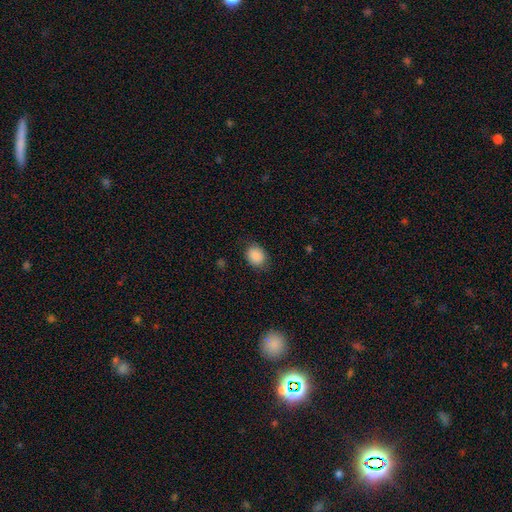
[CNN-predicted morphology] Smooth or featured?
  - smooth: 88% *
  - star or artifact: 8%
  - featured or disk: 4%
How rounded?
  - in between: 52% *
  - round: 47%
  - cigar-shaped: 1%
Merging?
  - none: 81% *
  - minor disturbance: 14%
  - major disturbance: 4%
  - merger: 1%